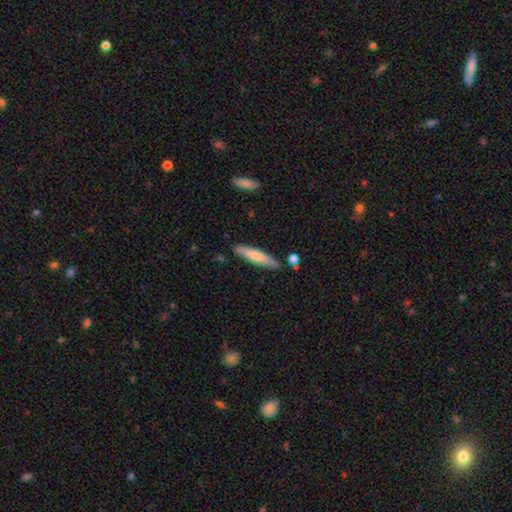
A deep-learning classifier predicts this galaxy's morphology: smooth_or_featured: smooth (p=0.71) [alt: featured or disk p=0.23]
how_rounded: cigar-shaped (p=0.87) [alt: in between p=0.12]
merging: none (p=0.82) [alt: minor disturbance p=0.12]